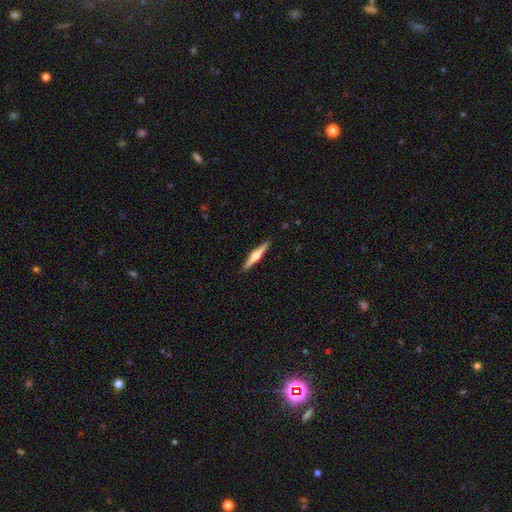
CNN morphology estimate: Smooth or featured?
  - featured or disk: 70% *
  - smooth: 25%
  - star or artifact: 5%
Edge-on disk?
  - yes: 98% *
  - no: 2%
Edge-on bulge?
  - rounded: 94% *
  - boxy: 4%
  - none: 3%
Merging?
  - none: 91% *
  - minor disturbance: 6%
  - major disturbance: 1%
  - merger: 1%